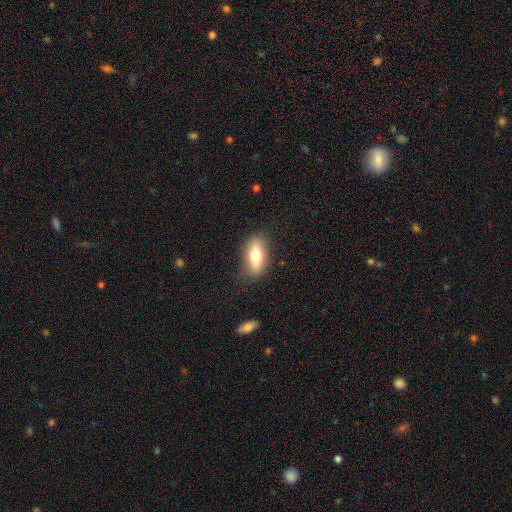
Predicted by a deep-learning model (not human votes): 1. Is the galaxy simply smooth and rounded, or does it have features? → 67% smooth, 25% featured or disk, 7% star or artifact.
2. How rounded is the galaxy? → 81% in between, 14% cigar-shaped, 5% round.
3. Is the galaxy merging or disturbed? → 81% none, 14% minor disturbance, 4% major disturbance, 1% merger.